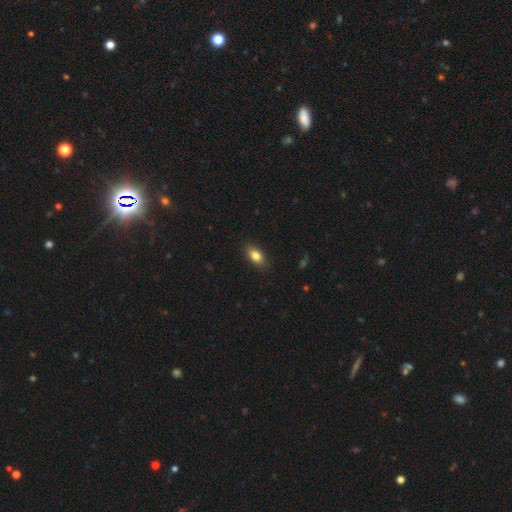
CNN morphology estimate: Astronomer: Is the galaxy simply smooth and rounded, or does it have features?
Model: smooth — 82%.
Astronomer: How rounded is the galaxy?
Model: in between — 87%.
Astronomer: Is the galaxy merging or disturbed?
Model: none — 86%.